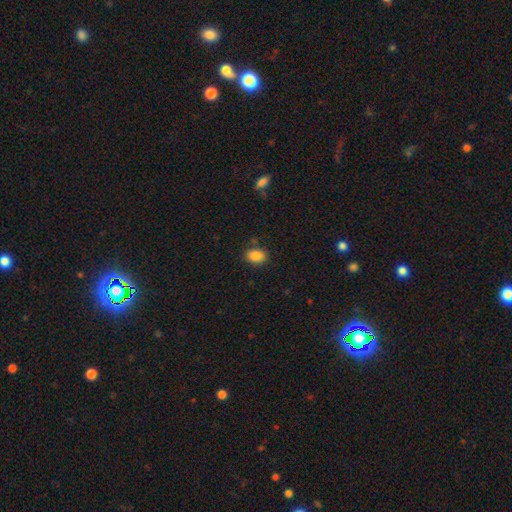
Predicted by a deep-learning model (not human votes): Smooth or featured? Predicted: smooth (p=0.87). How rounded? Predicted: in between (p=0.81). Merging? Predicted: none (p=0.81).